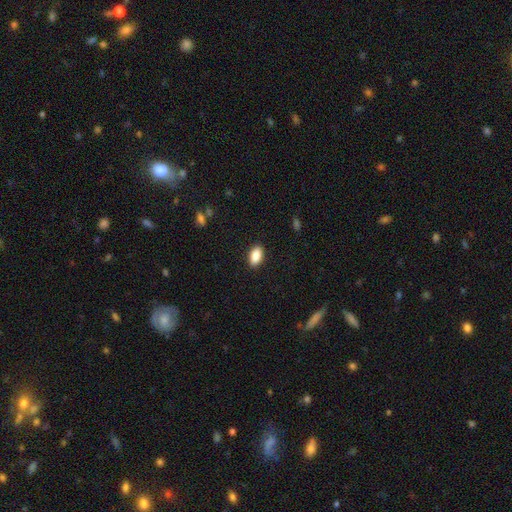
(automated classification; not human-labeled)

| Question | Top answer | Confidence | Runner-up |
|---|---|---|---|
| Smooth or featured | smooth | 87% | star or artifact (7%) |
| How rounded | in between | 91% | round (5%) |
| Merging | none | 89% | minor disturbance (8%) |